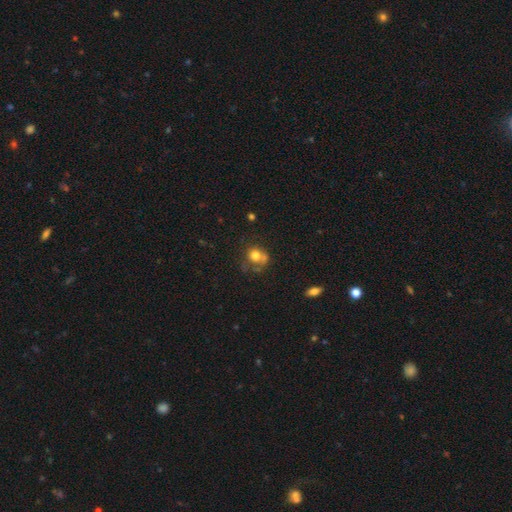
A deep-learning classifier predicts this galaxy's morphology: Overall: smooth (69%). How rounded: round (74%). Merging: none (39%; merger 21%).